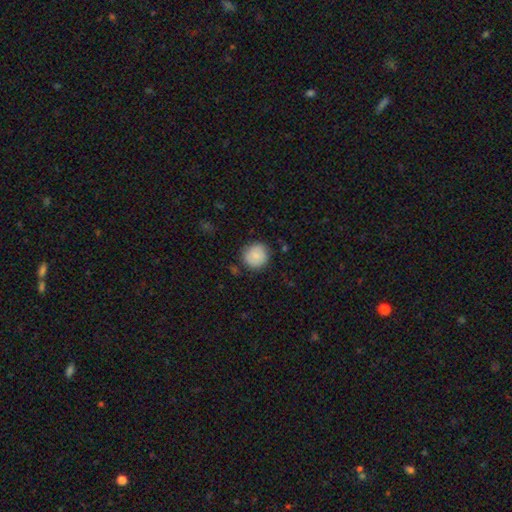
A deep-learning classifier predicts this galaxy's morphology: smooth_or_featured: smooth (p=0.84) [alt: featured or disk p=0.09]
how_rounded: round (p=0.91) [alt: in between p=0.08]
merging: none (p=0.83) [alt: minor disturbance p=0.13]